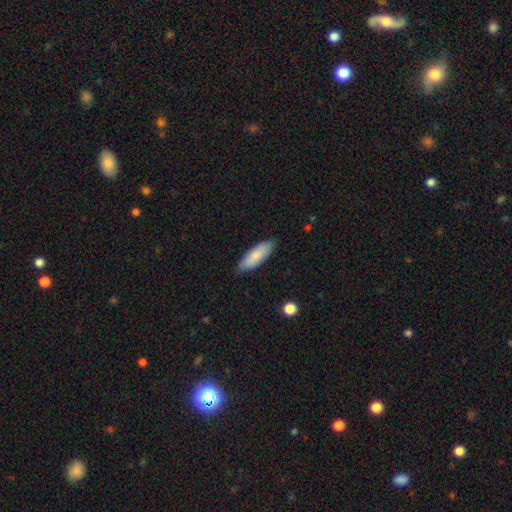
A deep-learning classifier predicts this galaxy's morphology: Q: Smooth or featured?
A: smooth (81%); runner-up: featured or disk (14%)
Q: How rounded?
A: in between (62%); runner-up: cigar-shaped (37%)
Q: Merging?
A: none (82%); runner-up: minor disturbance (15%)